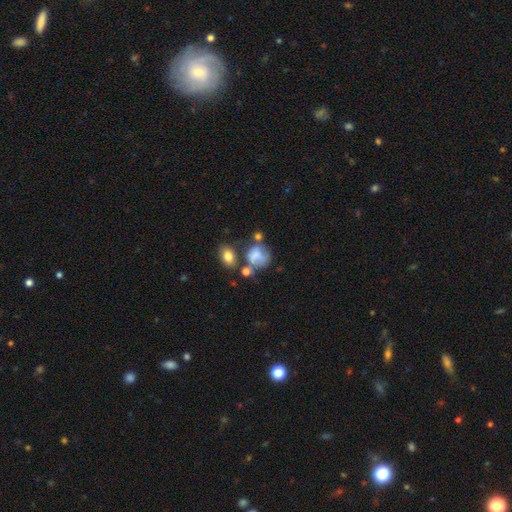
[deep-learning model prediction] smooth_or_featured: smooth (p=0.62) [alt: featured or disk p=0.27]
how_rounded: round (p=0.52) [alt: in between p=0.47]
merging: none (p=0.32) [alt: minor disturbance p=0.24]